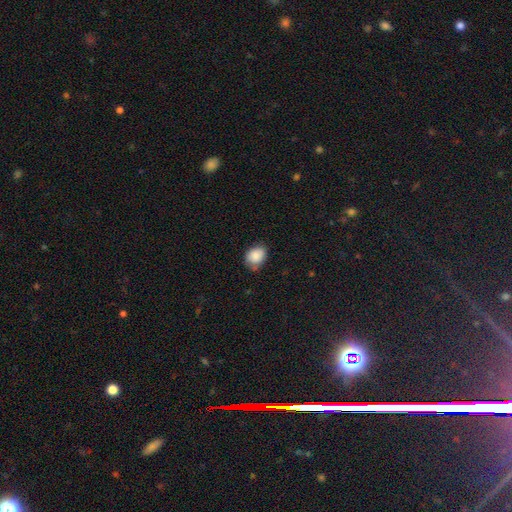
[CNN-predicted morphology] A smooth galaxy with no disk features (84%) that is in between round and cigar-shaped (60%). Merging: none (65%).